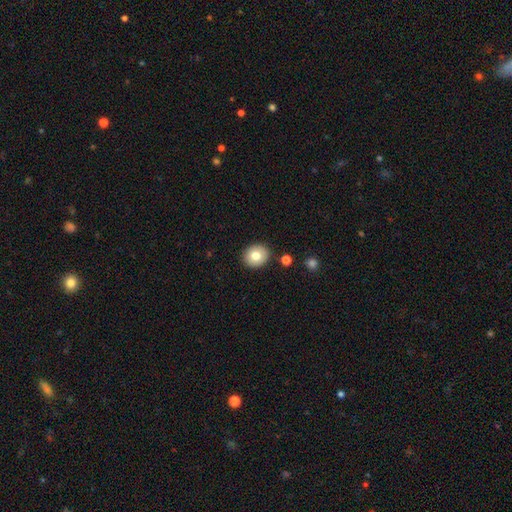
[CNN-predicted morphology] smooth 78%, featured or disk 13%, star or artifact 9%. Down the decision tree: how rounded — round (72%); merging — none (89%).